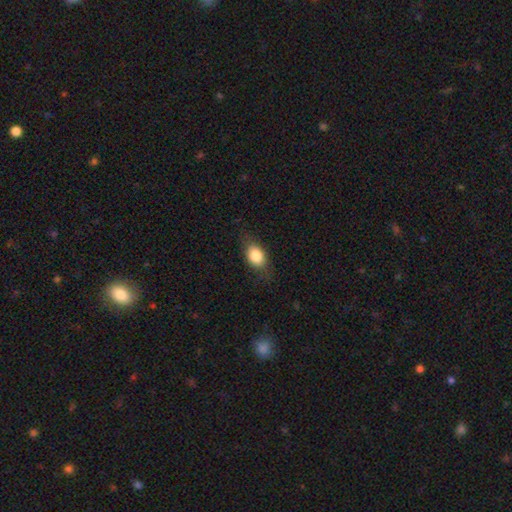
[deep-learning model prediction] Overall: smooth (82%). How rounded: in between (79%). Merging: none (76%).